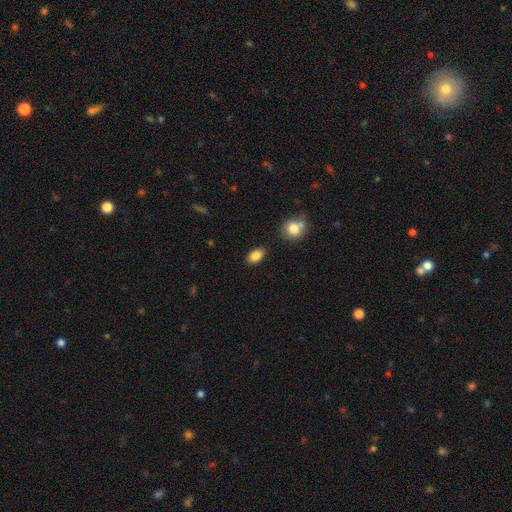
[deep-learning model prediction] Smooth or featured? Predicted: smooth (p=0.85). How rounded? Predicted: in between (p=0.86). Merging? Predicted: none (p=0.85).